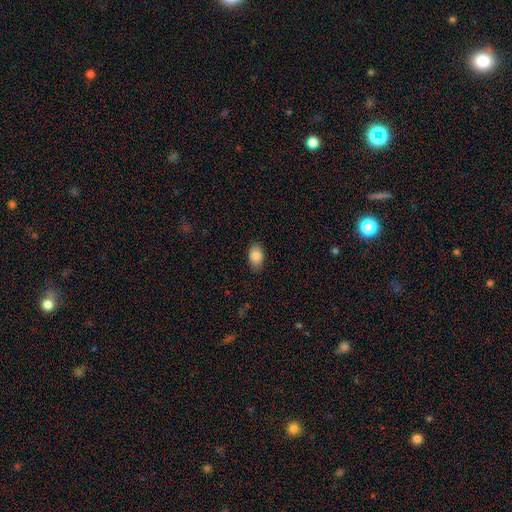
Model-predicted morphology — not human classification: Q: Smooth or featured?
A: smooth (88%); runner-up: star or artifact (7%)
Q: How rounded?
A: in between (89%); runner-up: round (10%)
Q: Merging?
A: none (85%); runner-up: minor disturbance (11%)